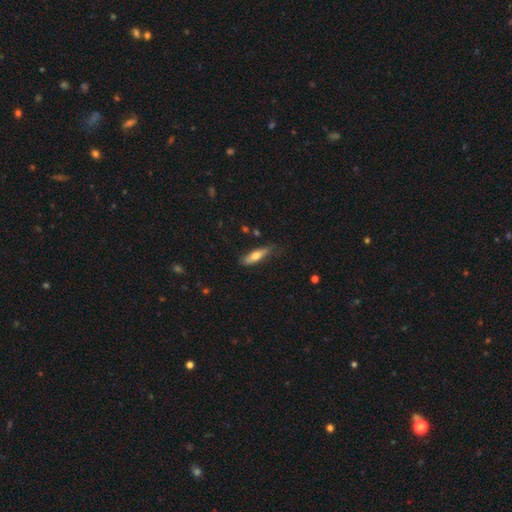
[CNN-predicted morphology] type=smooth (63%); roundness=cigar-shaped (62%); merging=none (69%).